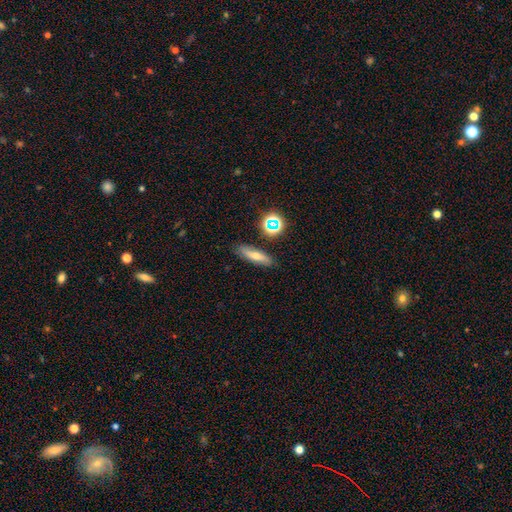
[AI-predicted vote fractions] A smooth galaxy with no disk features (53%) that is cigar-shaped (62%).

Vote fractions:
- Smooth or featured? smooth: 53% / featured or disk: 34% / star or artifact: 14%
- How rounded? cigar-shaped: 62% / in between: 30% / round: 8%
- Merging? none: 84% / minor disturbance: 10% / merger: 3% / major disturbance: 2%